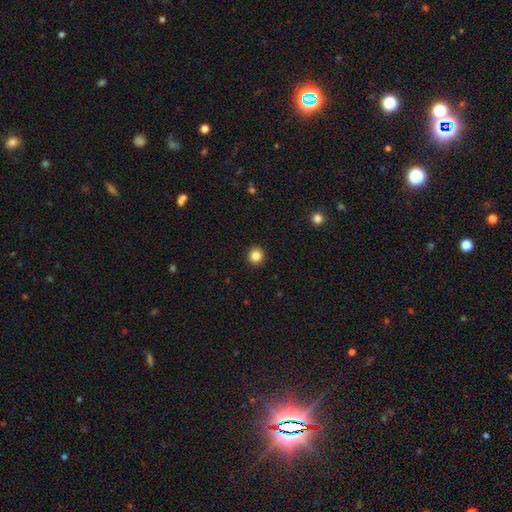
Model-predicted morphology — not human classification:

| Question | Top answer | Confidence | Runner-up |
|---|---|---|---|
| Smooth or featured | smooth | 85% | star or artifact (11%) |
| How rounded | round | 94% | in between (5%) |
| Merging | none | 93% | minor disturbance (4%) |